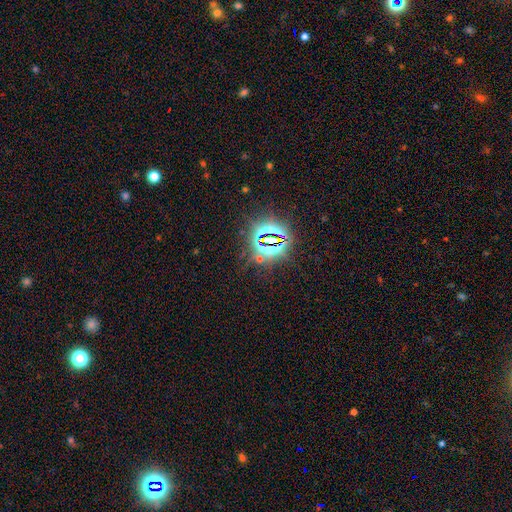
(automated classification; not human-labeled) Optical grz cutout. It shows a star or artifact, not a galaxy (80%).